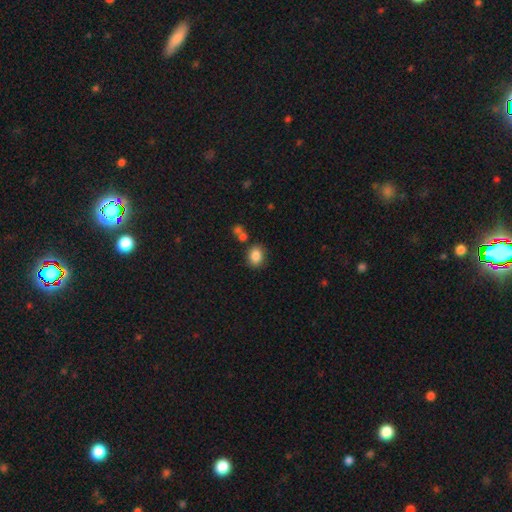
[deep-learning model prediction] This is clearly a smooth galaxy (85%). How rounded: possibly round (53%). Merging: likely none (77%).